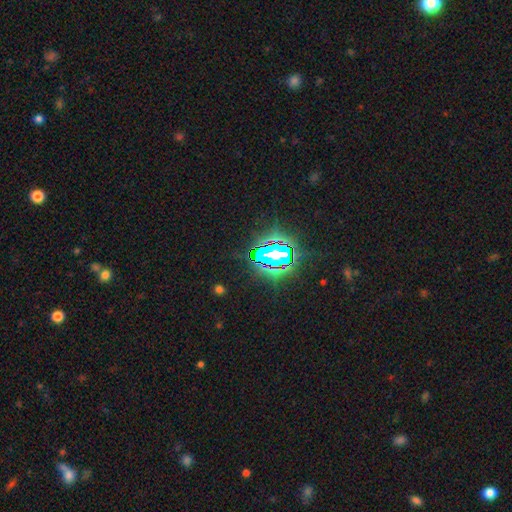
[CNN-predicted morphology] Smooth or featured?
  - star or artifact: 77% *
  - smooth: 13%
  - featured or disk: 11%